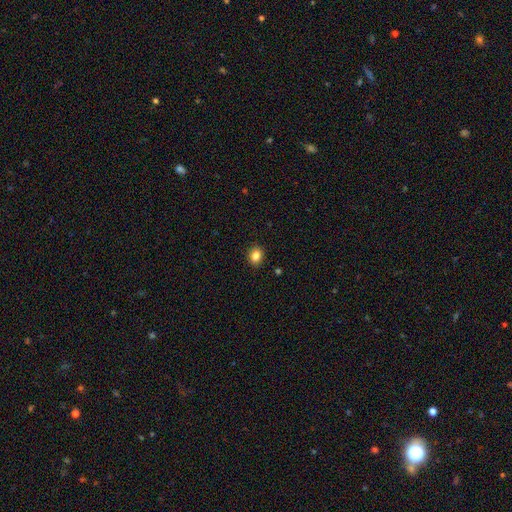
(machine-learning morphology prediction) type=smooth (85%); roundness=round (52%); merging=none (90%).